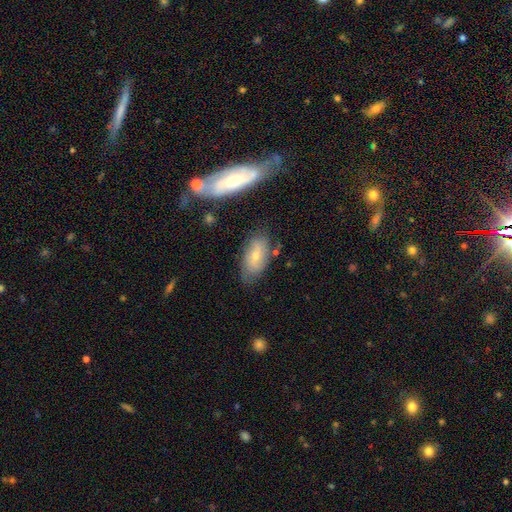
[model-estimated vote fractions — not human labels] Smooth or featured?
  - smooth: 52% *
  - featured or disk: 39%
  - star or artifact: 9%
How rounded?
  - in between: 90% *
  - cigar-shaped: 6%
  - round: 5%
Merging?
  - none: 66% *
  - minor disturbance: 23%
  - major disturbance: 6%
  - merger: 5%